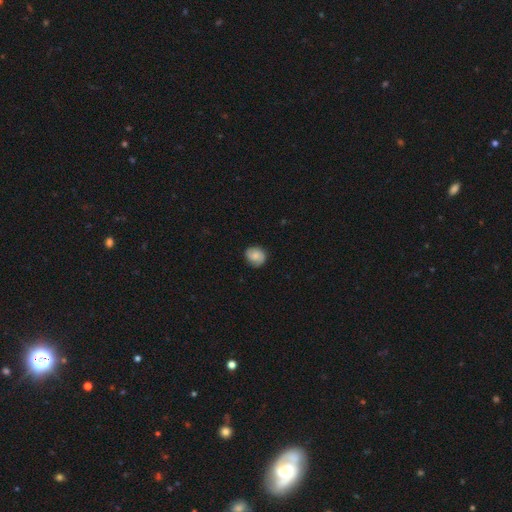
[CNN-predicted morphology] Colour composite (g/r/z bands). It shows a smooth galaxy with no disk features (60%) that is round (75%). Merging: none (80%).